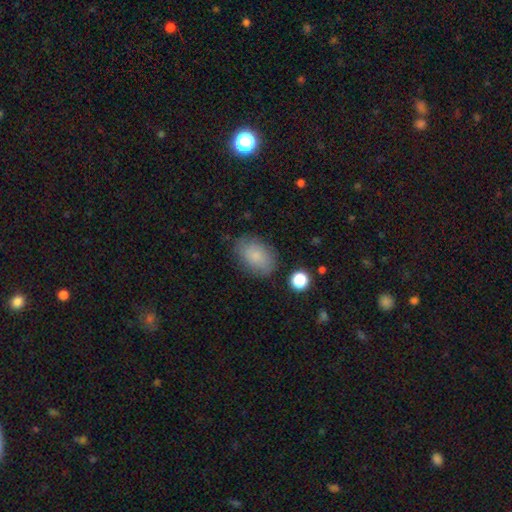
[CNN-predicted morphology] Smooth or featured? Predicted: smooth (p=0.78). How rounded? Predicted: in between (p=0.85). Merging? Predicted: none (p=0.77).